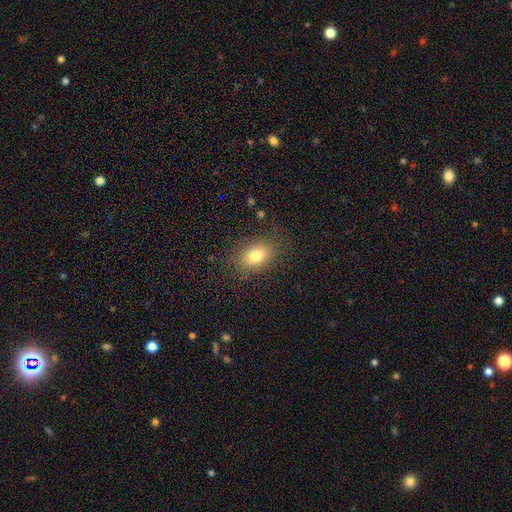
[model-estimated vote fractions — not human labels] This is likely a smooth galaxy (80%). How rounded: likely in between (77%). Merging: clearly none (83%).